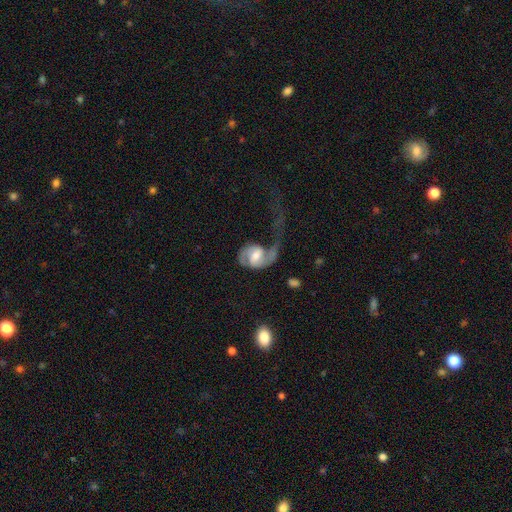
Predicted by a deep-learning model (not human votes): A featured or disk galaxy (73%) with a weak bar (50%), 2 (51%) loose (51%) spiral arms (90%) and a moderate central bulge (60%). Merging: major disturbance (60%).